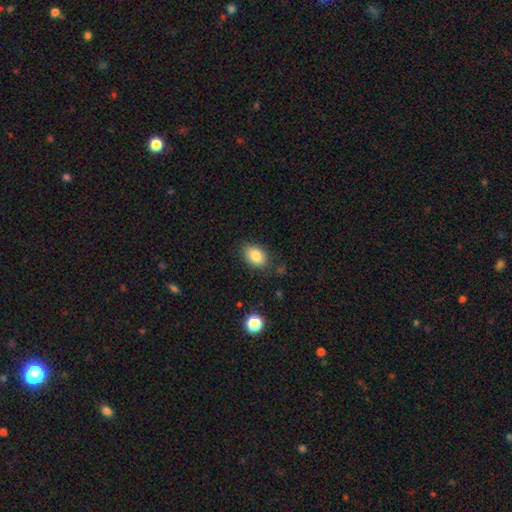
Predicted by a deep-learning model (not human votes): Overall: smooth (83%). How rounded: in between (77%). Merging: none (81%).